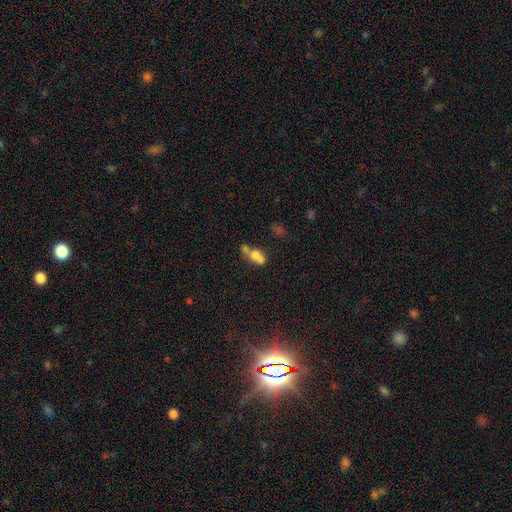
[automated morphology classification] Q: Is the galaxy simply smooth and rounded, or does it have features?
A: smooth — 63%.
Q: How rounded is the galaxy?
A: in between — 55%.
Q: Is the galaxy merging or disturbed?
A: merger — 62%.